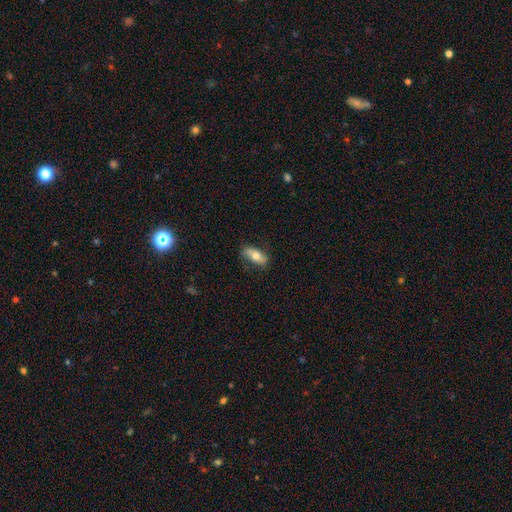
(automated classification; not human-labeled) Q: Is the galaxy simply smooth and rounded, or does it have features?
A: smooth — 62%.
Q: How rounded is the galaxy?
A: in between — 77%.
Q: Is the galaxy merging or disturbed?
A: none — 78%.